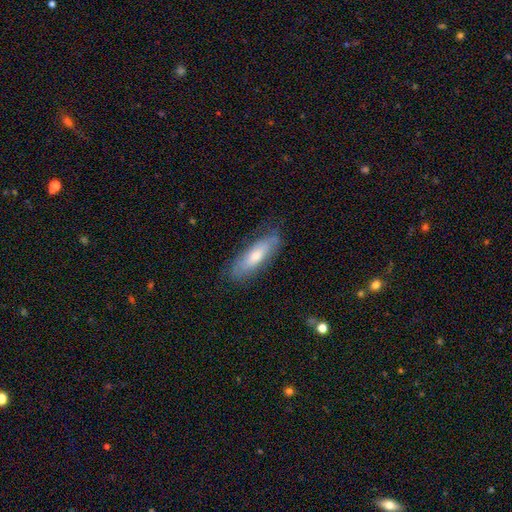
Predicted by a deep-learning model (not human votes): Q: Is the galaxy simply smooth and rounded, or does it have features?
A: smooth — 58%.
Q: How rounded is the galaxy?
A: cigar-shaped — 54%.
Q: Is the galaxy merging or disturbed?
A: none — 77%.